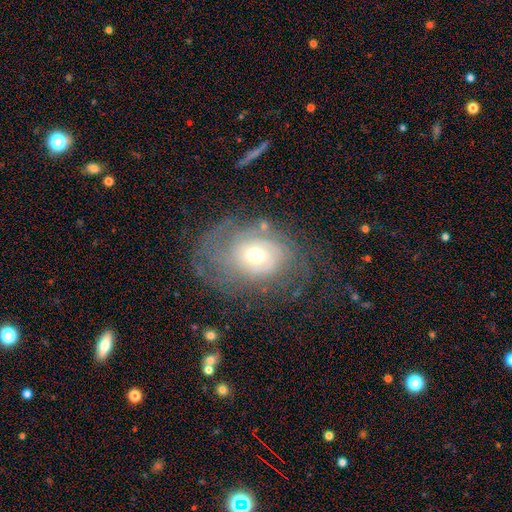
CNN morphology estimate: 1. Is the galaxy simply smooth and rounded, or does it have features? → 74% featured or disk, 18% smooth, 8% star or artifact.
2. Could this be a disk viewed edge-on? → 96% no, 4% yes.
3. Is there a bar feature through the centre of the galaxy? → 72% no, 23% weak, 5% strong.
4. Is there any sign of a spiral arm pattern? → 84% yes, 16% no.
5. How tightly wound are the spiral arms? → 66% tight, 24% medium, 10% loose.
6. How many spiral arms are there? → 51% can't tell, 21% 2, 11% 3, 7% 1, 6% 4, 5% more than 4.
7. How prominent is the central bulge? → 64% moderate, 26% small, 7% large, 1% dominant, 1% none.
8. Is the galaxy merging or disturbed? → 60% none, 21% minor disturbance, 17% major disturbance, 2% merger.